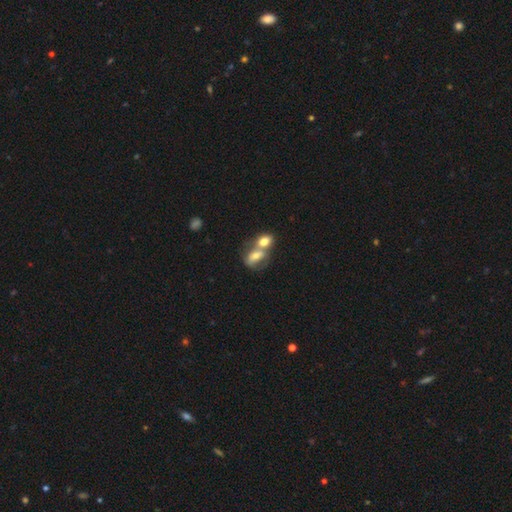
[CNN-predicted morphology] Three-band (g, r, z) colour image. It shows a smooth galaxy with no disk features (63%) that is in between round and cigar-shaped (77%). Merging: merger (70%).